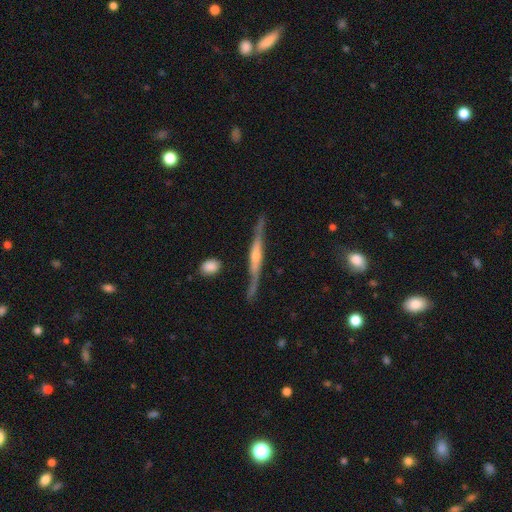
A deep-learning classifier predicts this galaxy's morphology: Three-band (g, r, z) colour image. It shows a featured or disk galaxy (84%) viewed edge-on (97%) with a rounded central bulge (77%). Merging: none (84%).